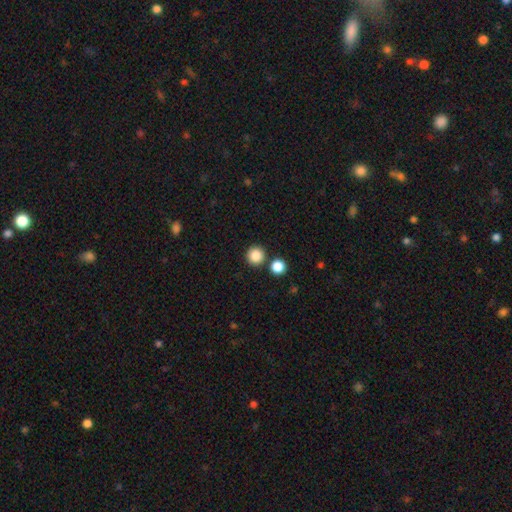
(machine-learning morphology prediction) This appears to be a smooth galaxy with no disk features (86%) that is round (95%). Merging: none (84%).